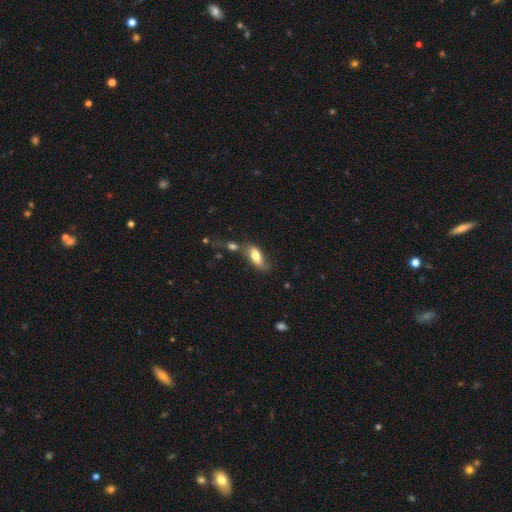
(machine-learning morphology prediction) This appears to be a smooth galaxy with no disk features (69%) that is in between round and cigar-shaped (77%). Merging: none (43%).